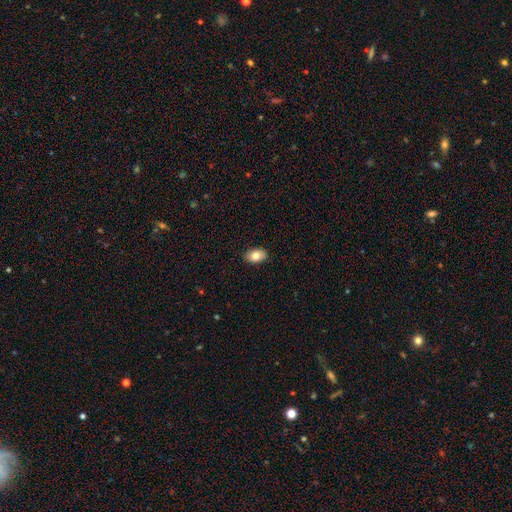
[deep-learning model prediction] smooth-or-featured: smooth: 82% | featured or disk: 11% | star or artifact: 7%
  how-rounded: in between: 89% | round: 9% | cigar-shaped: 1%
  merging: none: 89% | minor disturbance: 8% | major disturbance: 2% | merger: 1%